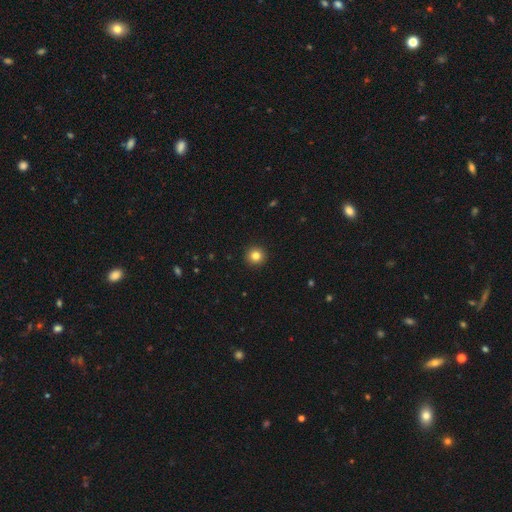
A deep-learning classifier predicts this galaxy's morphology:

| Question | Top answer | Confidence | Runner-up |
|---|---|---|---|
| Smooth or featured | smooth | 82% | star or artifact (12%) |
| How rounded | round | 96% | in between (3%) |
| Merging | none | 94% | minor disturbance (4%) |